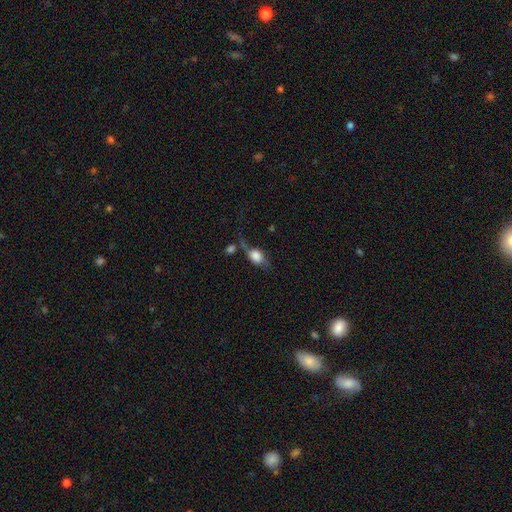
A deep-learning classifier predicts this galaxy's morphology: Smooth or featured? smooth (64%)
How rounded? in between (70%)
Merging? none (30%)